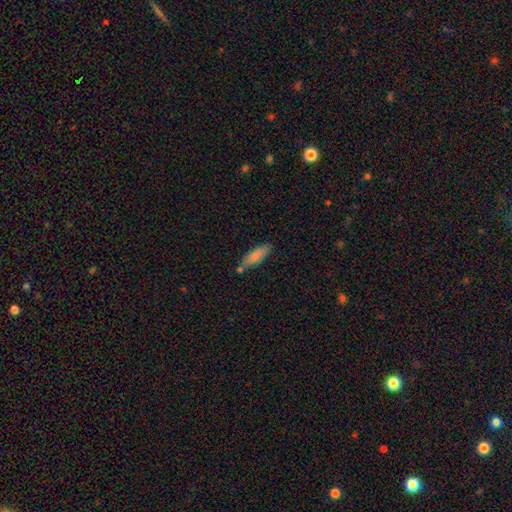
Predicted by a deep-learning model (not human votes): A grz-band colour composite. It shows a smooth galaxy with no disk features (80%) that is in between round and cigar-shaped (52%). Merging: none (66%).